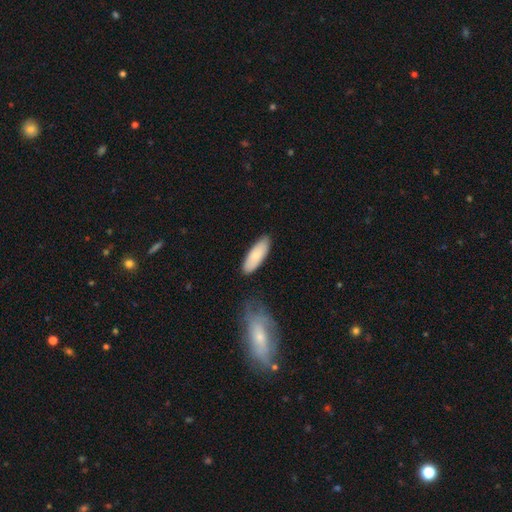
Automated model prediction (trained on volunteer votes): Q: Smooth or featured?
A: smooth (80%); runner-up: featured or disk (15%)
Q: How rounded?
A: in between (67%); runner-up: cigar-shaped (31%)
Q: Merging?
A: none (83%); runner-up: minor disturbance (12%)